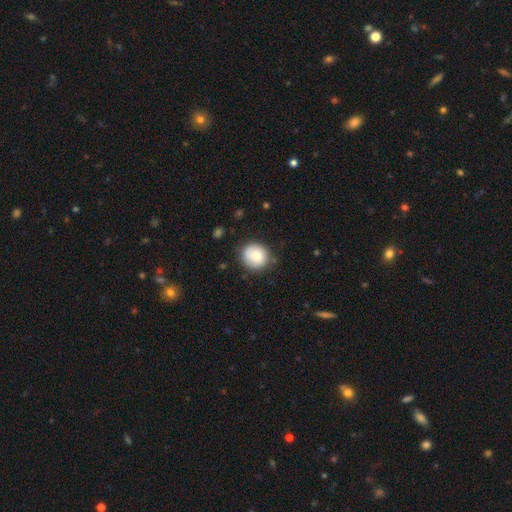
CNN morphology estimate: smooth-or-featured: smooth: 76% | featured or disk: 16% | star or artifact: 8%
  how-rounded: round: 88% | in between: 11% | cigar-shaped: 1%
  merging: none: 81% | minor disturbance: 15% | major disturbance: 3% | merger: 1%